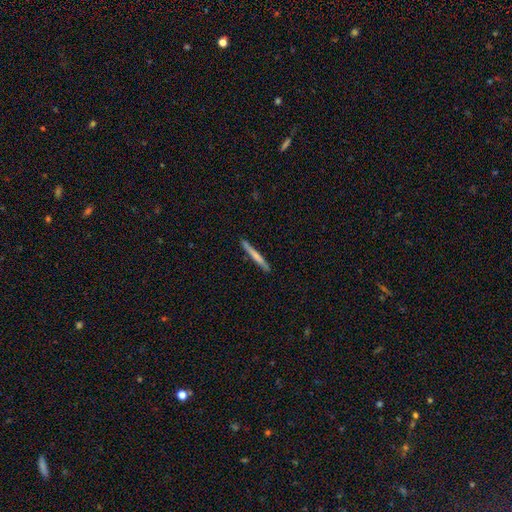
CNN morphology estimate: smooth-or-featured: smooth: 63% | featured or disk: 32% | star or artifact: 5%
  how-rounded: cigar-shaped: 97% | in between: 2% | round: 1%
  merging: none: 90% | minor disturbance: 8% | major disturbance: 1% | merger: 1%